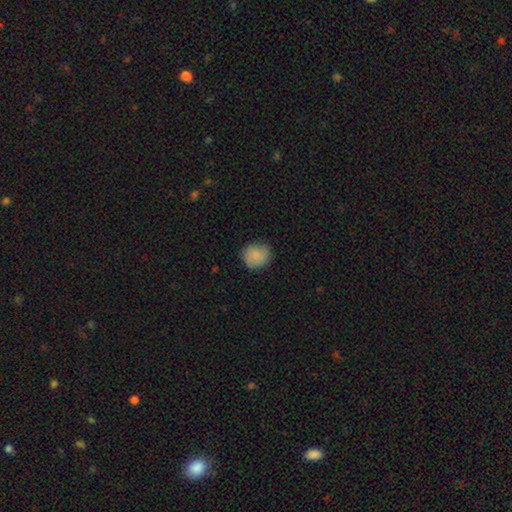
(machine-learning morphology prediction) This is clearly a smooth galaxy (84%). How rounded: likely round (78%). Merging: likely none (79%).